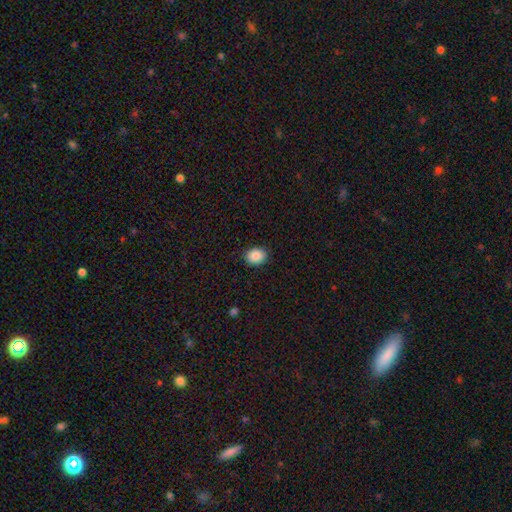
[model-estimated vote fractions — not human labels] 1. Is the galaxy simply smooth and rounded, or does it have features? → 88% smooth, 9% star or artifact, 3% featured or disk.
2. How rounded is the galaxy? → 55% round, 45% in between, 1% cigar-shaped.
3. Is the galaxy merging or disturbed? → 89% none, 8% minor disturbance, 2% major disturbance, 1% merger.